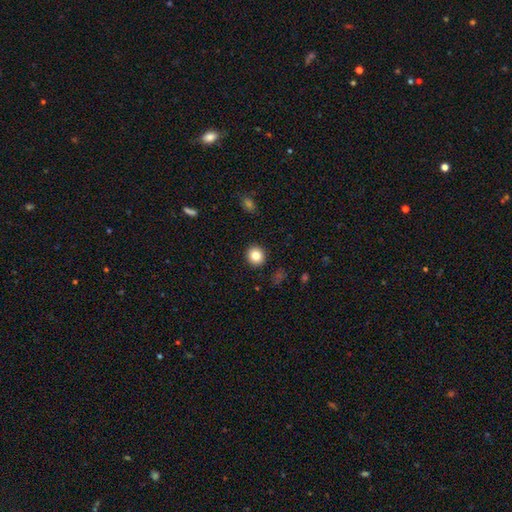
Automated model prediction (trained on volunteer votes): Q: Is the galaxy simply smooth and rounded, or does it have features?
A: smooth — 83%.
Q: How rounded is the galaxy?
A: round — 84%.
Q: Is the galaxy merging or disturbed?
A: none — 91%.